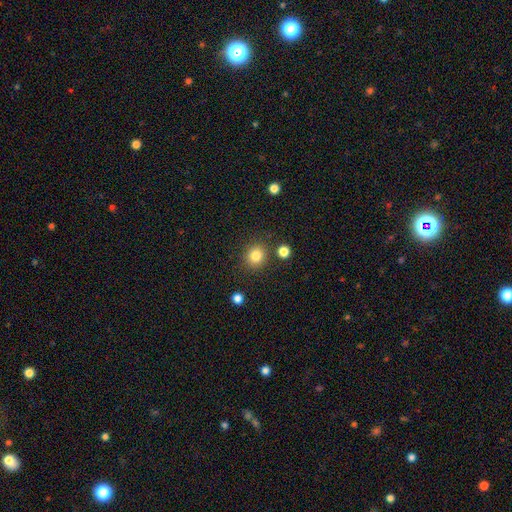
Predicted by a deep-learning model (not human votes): Overall: smooth (84%). How rounded: round (86%). Merging: none (85%).